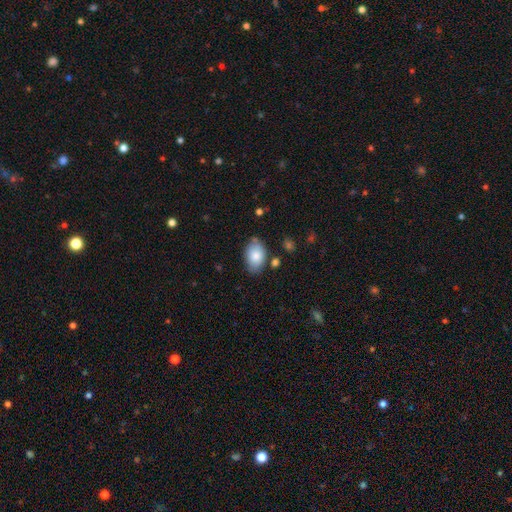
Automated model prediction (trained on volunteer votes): smooth-or-featured: smooth: 81% | featured or disk: 12% | star or artifact: 7%
  how-rounded: in between: 88% | round: 11% | cigar-shaped: 1%
  merging: none: 72% | minor disturbance: 19% | merger: 5% | major disturbance: 4%